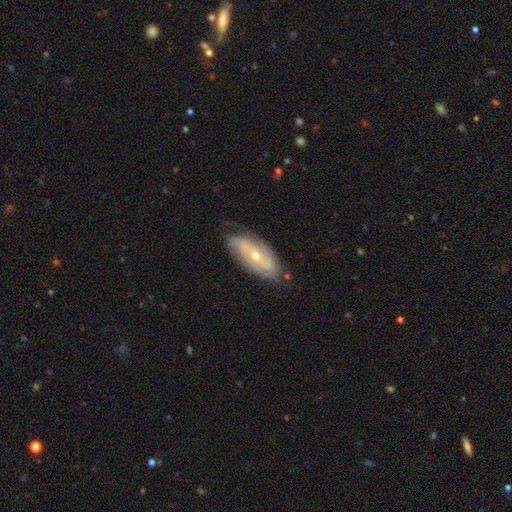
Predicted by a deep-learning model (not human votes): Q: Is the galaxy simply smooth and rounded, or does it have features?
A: featured or disk — 80%.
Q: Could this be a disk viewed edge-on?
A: no — 91%.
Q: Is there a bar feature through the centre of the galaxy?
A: no — 53%.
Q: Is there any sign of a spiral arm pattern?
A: yes — 92%.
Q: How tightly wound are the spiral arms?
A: tight — 51%.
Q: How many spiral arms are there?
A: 2 — 52%.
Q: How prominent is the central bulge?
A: small — 53%.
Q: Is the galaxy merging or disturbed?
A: none — 77%.